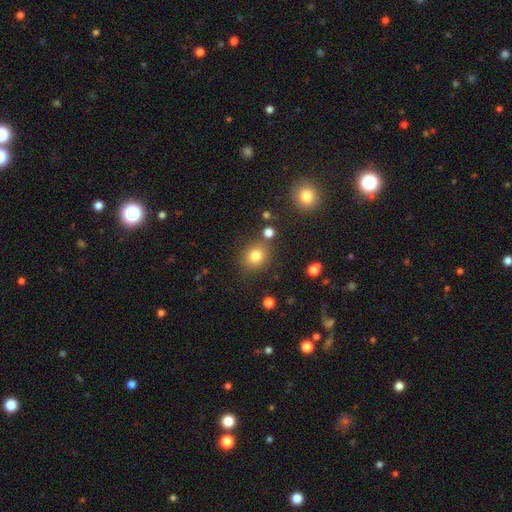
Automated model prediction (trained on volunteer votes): Smooth or featured?
  - smooth: 80% *
  - star or artifact: 13%
  - featured or disk: 7%
How rounded?
  - round: 72% *
  - in between: 27%
  - cigar-shaped: 1%
Merging?
  - none: 79% *
  - minor disturbance: 11%
  - merger: 7%
  - major disturbance: 4%